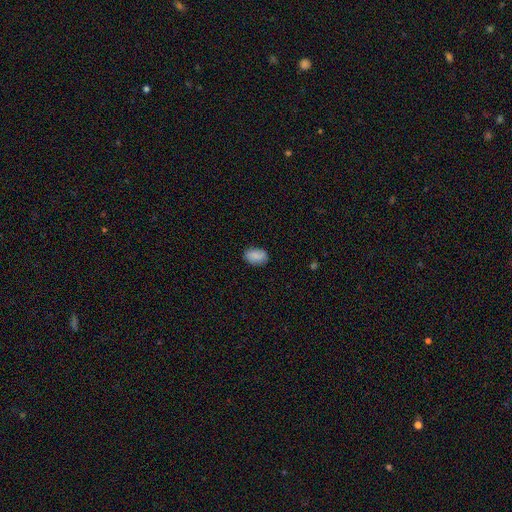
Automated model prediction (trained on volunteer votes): Overall: smooth (85%). How rounded: in between (86%). Merging: none (82%).